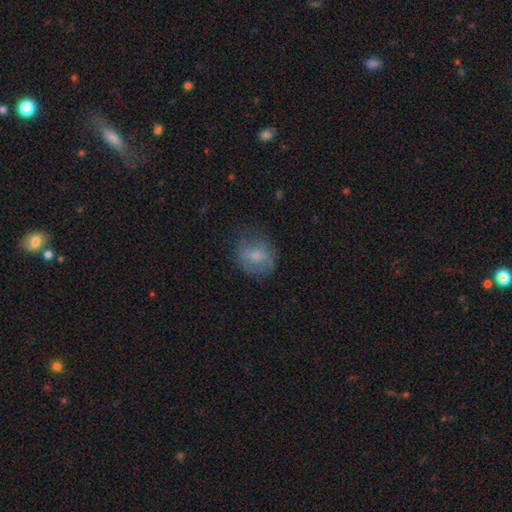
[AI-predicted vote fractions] Q: Smooth or featured?
A: smooth (65%); runner-up: featured or disk (26%)
Q: How rounded?
A: round (64%); runner-up: in between (34%)
Q: Merging?
A: none (64%); runner-up: minor disturbance (23%)